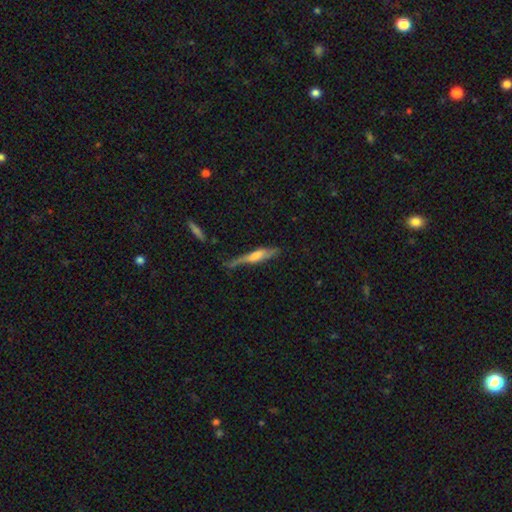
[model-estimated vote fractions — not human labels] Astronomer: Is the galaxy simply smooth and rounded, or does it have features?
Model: smooth — 47% (runner-up: featured or disk, 46%).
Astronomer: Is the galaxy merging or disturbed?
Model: none — 43% (runner-up: minor disturbance, 33%).